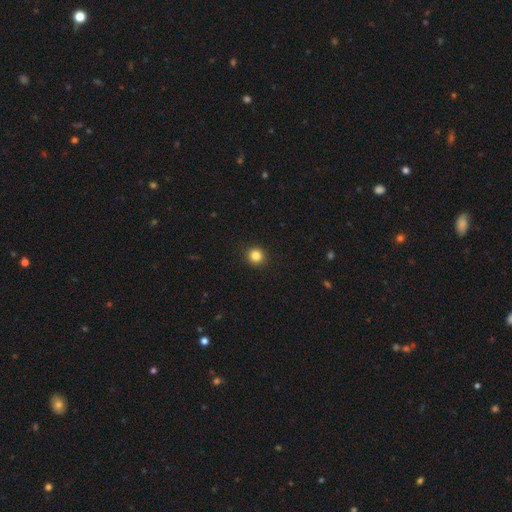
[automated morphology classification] This is clearly a smooth galaxy (85%). How rounded: clearly round (93%). Merging: clearly none (93%).